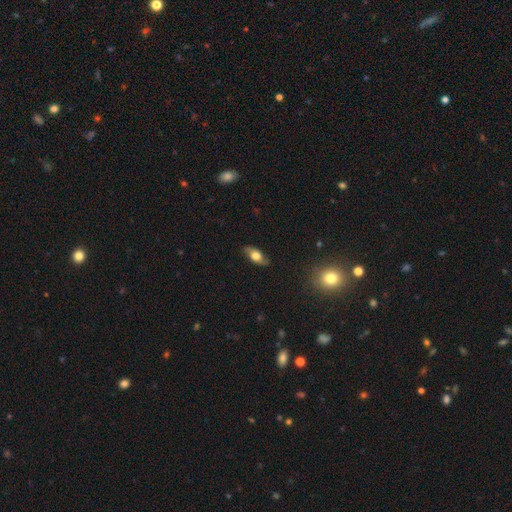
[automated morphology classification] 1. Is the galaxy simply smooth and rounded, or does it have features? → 54% smooth, 38% featured or disk, 8% star or artifact.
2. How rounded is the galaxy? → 82% in between, 11% cigar-shaped, 7% round.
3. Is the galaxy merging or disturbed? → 81% none, 14% minor disturbance, 3% major disturbance, 1% merger.